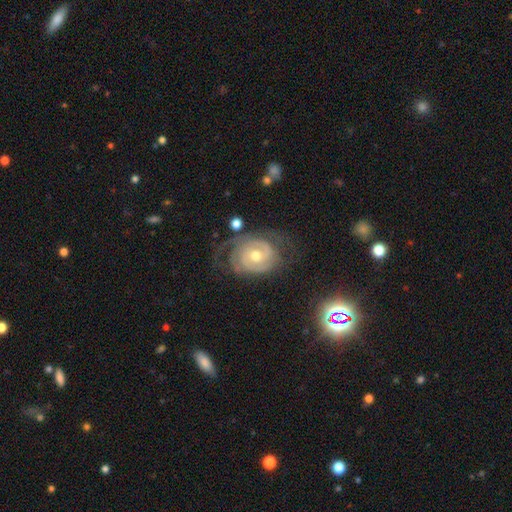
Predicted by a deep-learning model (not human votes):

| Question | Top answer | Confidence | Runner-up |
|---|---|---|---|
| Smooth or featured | featured or disk | 86% | smooth (8%) |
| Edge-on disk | no | 97% | yes (3%) |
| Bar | no | 67% | weak (26%) |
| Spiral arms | yes | 94% | no (6%) |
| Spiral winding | tight | 66% | medium (26%) |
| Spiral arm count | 2 | 48% | can't tell (23%) |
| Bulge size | moderate | 64% | small (32%) |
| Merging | none | 57% | minor disturbance (22%) |